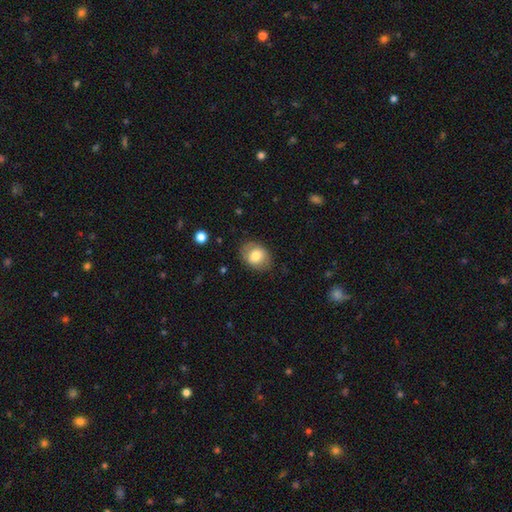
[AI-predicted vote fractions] smooth 75%, featured or disk 17%, star or artifact 8%. Down the decision tree: how rounded — in between (62%); merging — none (79%).